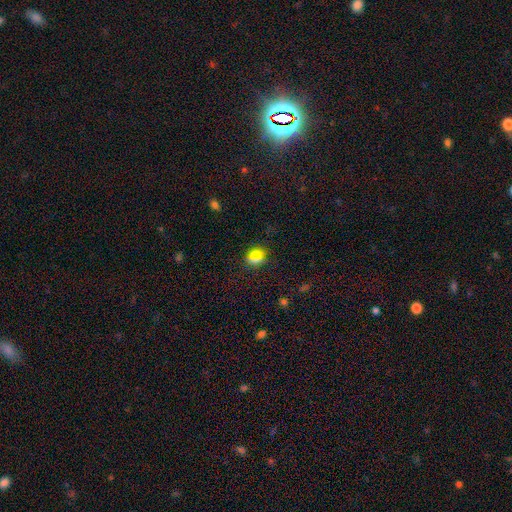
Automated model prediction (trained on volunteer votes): Smooth or featured? Predicted: smooth (p=0.68). How rounded? Predicted: round (p=0.74). Merging? Predicted: none (p=0.78).